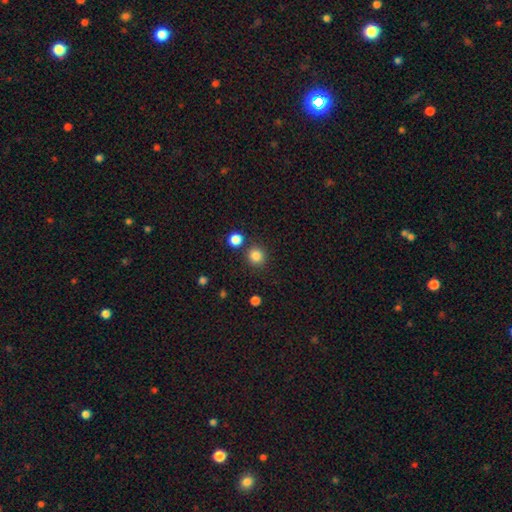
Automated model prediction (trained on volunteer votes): A smooth galaxy with no disk features (84%) that is round (92%).

Vote fractions:
- Smooth or featured? smooth: 84% / star or artifact: 12% / featured or disk: 4%
- How rounded? round: 92% / in between: 7% / cigar-shaped: 1%
- Merging? none: 84% / minor disturbance: 7% / merger: 7% / major disturbance: 3%